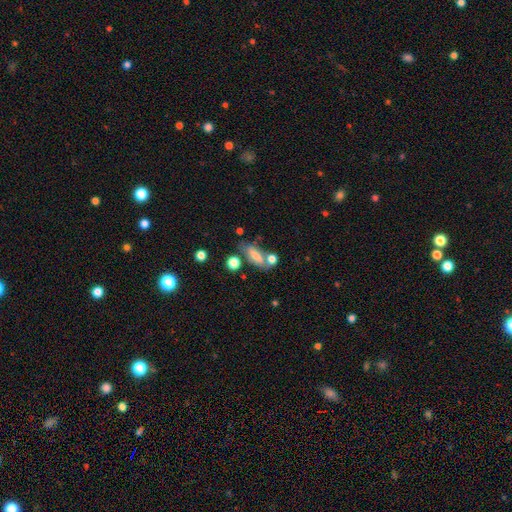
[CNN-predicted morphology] This appears to be a smooth galaxy with no disk features (61%) that is in between round and cigar-shaped (64%). Merging: none (50%).